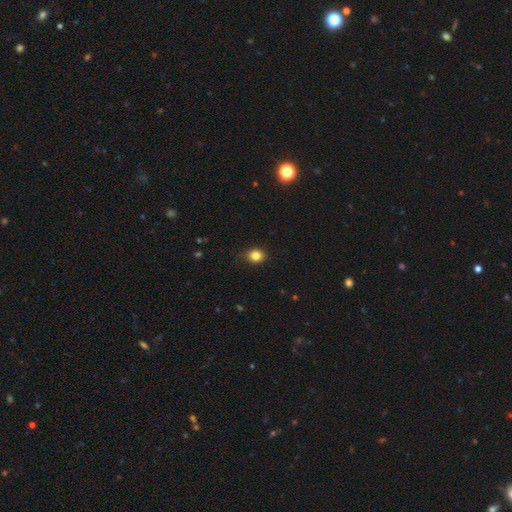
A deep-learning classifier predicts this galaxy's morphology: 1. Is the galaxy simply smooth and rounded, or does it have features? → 83% smooth, 12% star or artifact, 5% featured or disk.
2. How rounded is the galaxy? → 72% round, 27% in between, 1% cigar-shaped.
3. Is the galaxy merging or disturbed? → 81% none, 15% minor disturbance, 3% major disturbance, 1% merger.